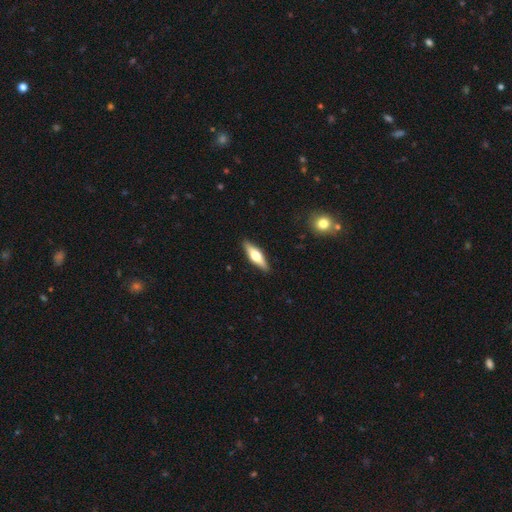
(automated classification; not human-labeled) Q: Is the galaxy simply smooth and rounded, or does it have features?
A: featured or disk — 49%.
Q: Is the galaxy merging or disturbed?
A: none — 90%.